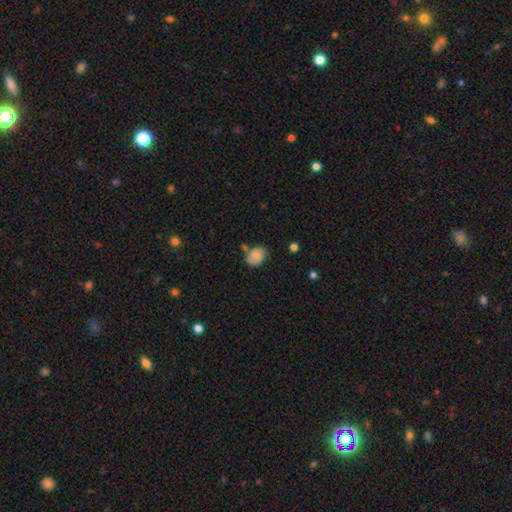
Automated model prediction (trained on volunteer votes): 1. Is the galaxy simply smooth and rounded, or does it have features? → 74% smooth, 16% featured or disk, 9% star or artifact.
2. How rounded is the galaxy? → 60% in between, 39% round, 1% cigar-shaped.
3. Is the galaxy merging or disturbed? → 54% none, 28% minor disturbance, 10% merger, 8% major disturbance.